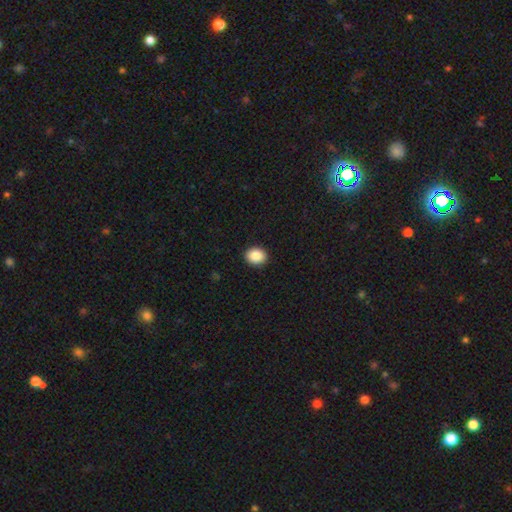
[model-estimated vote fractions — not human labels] A smooth galaxy with no disk features (88%) that is round (59%).

Vote fractions:
- Smooth or featured? smooth: 88% / star or artifact: 8% / featured or disk: 4%
- How rounded? round: 59% / in between: 40% / cigar-shaped: 1%
- Merging? none: 92% / minor disturbance: 6% / major disturbance: 2% / merger: 1%